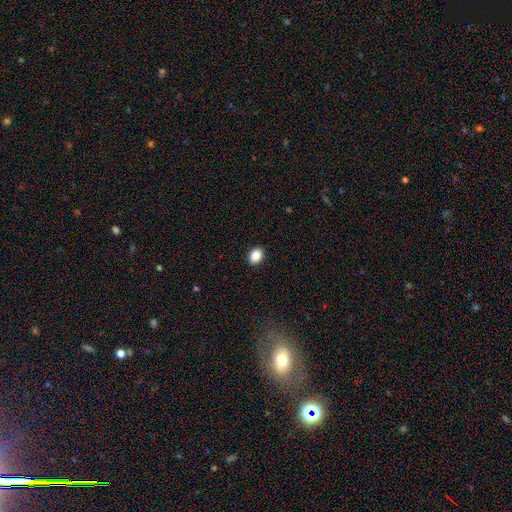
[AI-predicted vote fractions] This appears to be a smooth galaxy with no disk features (88%) that is in between round and cigar-shaped (62%). Merging: none (91%).